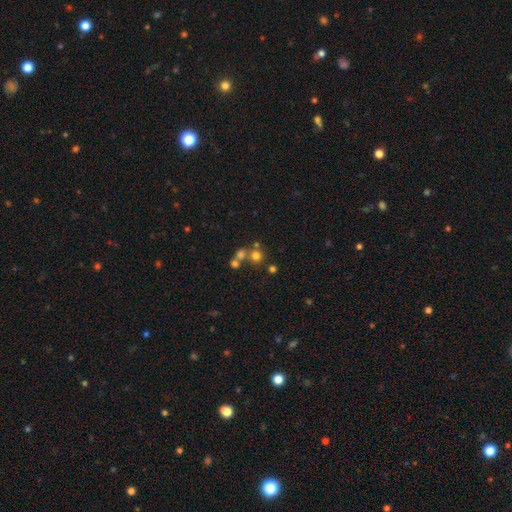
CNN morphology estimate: Overall: smooth (66%). How rounded: round (90%). Merging: none (57%; merger 33%).